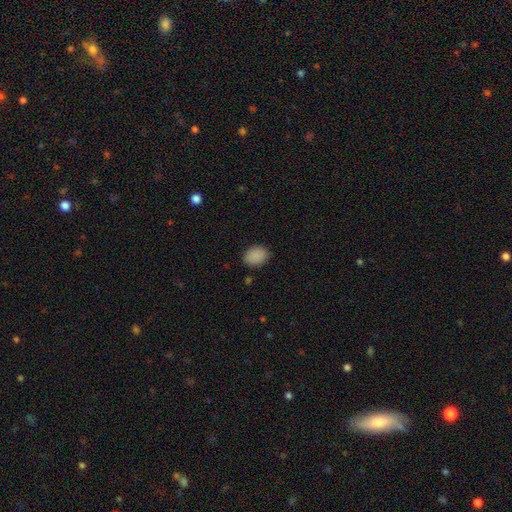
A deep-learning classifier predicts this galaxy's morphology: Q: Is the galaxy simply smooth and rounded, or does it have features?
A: smooth — 88%.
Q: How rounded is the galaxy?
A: in between — 60%.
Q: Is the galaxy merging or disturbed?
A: none — 85%.